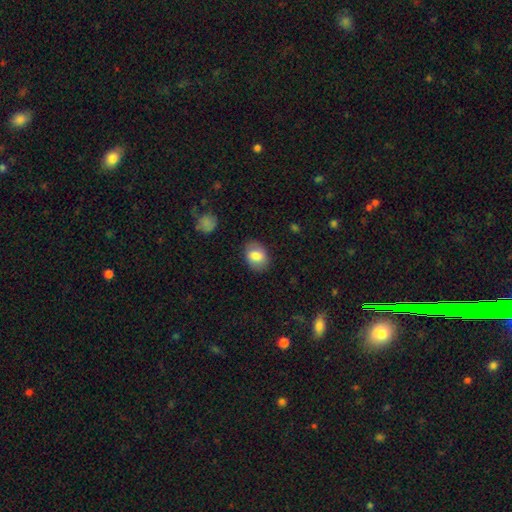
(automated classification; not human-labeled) Overall: smooth (79%). How rounded: in between (71%). Merging: none (83%).